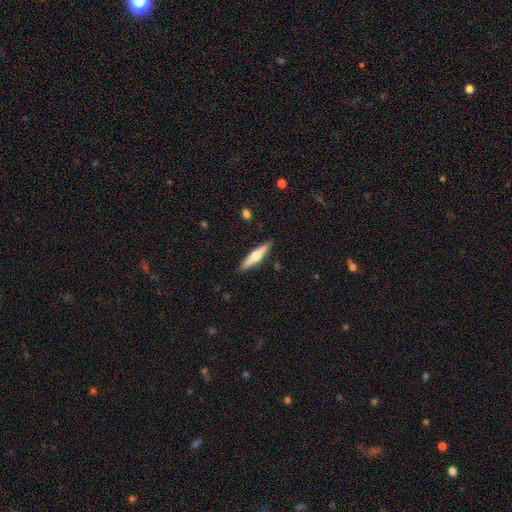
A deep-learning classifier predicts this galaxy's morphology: type=smooth (49%); merging=none (90%).